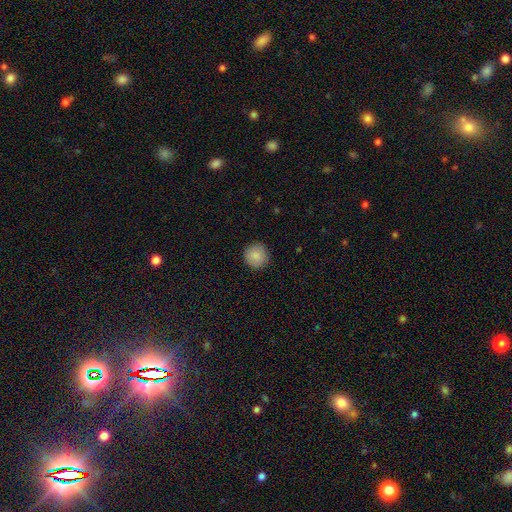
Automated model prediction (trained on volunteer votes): Smooth or featured? smooth (88%)
How rounded? round (94%)
Merging? none (90%)